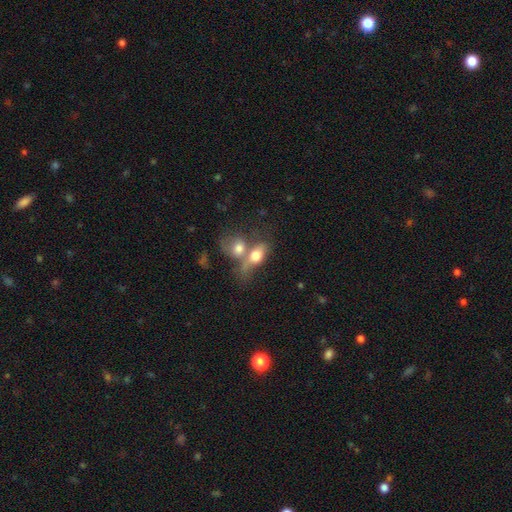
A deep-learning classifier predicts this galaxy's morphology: Smooth or featured: smooth — 70% (featured or disk — 22%)
How rounded: in between — 78% (round — 15%)
Merging: merger — 69% (none — 16%)